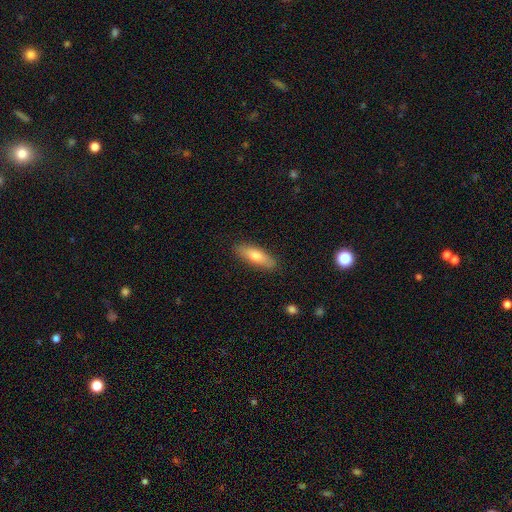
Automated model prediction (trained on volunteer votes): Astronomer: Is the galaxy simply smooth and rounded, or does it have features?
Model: smooth — 70%.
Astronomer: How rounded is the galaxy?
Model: cigar-shaped — 51% (runner-up: in between, 46%).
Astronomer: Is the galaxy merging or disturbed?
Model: none — 88%.